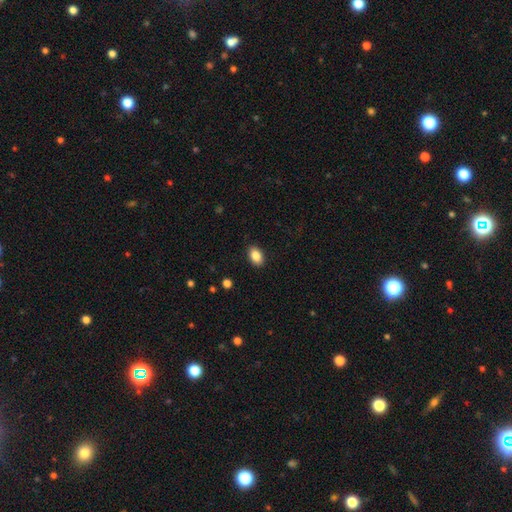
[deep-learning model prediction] Q: Smooth or featured?
A: smooth (86%); runner-up: star or artifact (8%)
Q: How rounded?
A: in between (88%); runner-up: round (11%)
Q: Merging?
A: none (89%); runner-up: minor disturbance (8%)